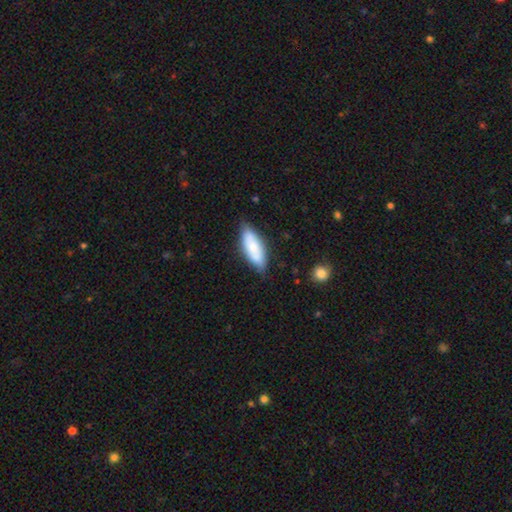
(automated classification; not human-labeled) Smooth or featured? Predicted: smooth (p=0.74). How rounded? Predicted: in between (p=0.71). Merging? Predicted: none (p=0.75).